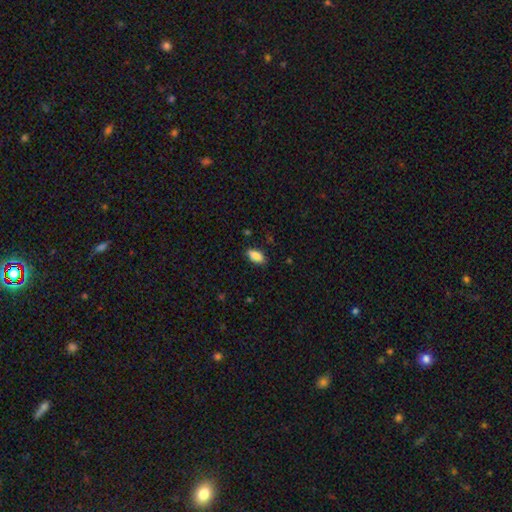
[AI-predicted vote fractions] The model was most divided on "merging": none: 83%, minor disturbance: 13%, major disturbance: 3%, merger: 1%. More confident: how rounded — in between (89%); smooth or featured — smooth (89%).